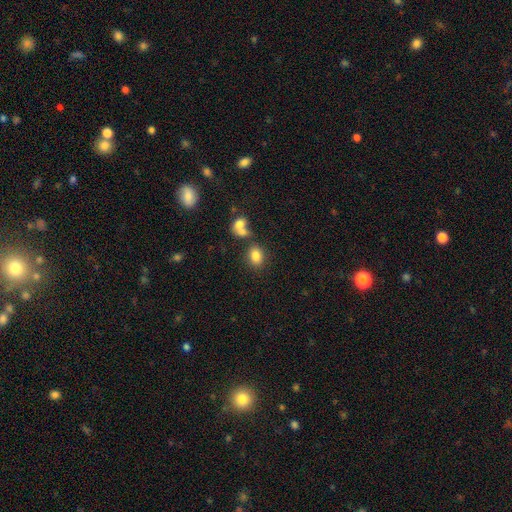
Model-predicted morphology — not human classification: This is clearly a smooth galaxy (82%). How rounded: likely in between (65%). Merging: likely none (65%).